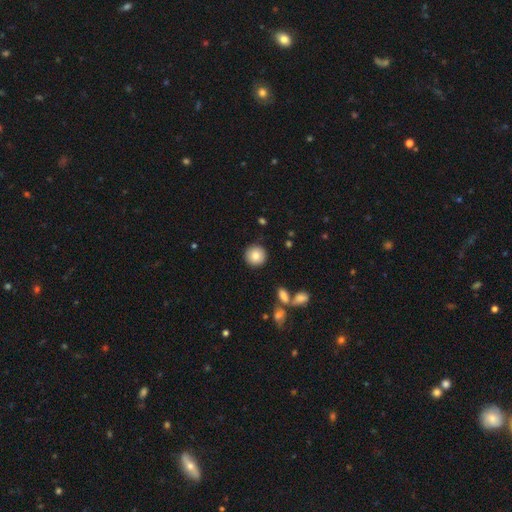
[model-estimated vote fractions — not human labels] This is clearly a smooth galaxy (84%). How rounded: clearly round (93%). Merging: clearly none (89%).